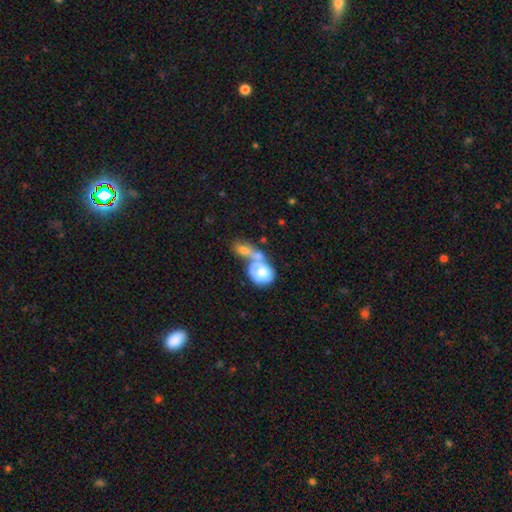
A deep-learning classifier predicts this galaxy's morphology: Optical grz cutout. It shows a smooth galaxy with no disk features (65%) that is in between round and cigar-shaped (57%). Merging: merger (64%).